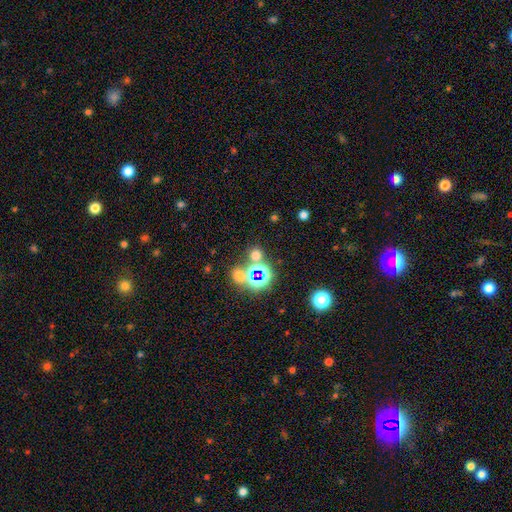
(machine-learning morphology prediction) This is possibly a smooth galaxy (51%). How rounded: clearly round (85%). Merging: likely none (71%).